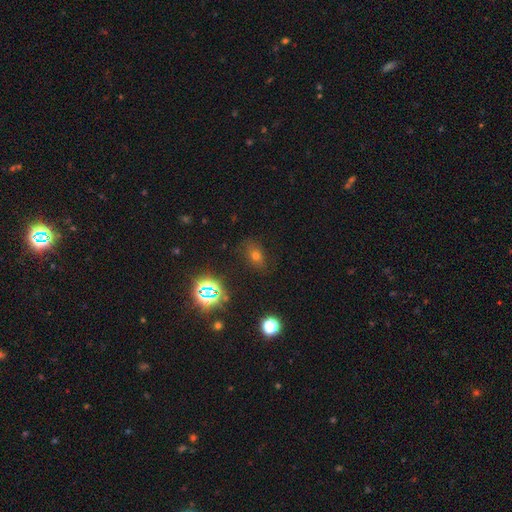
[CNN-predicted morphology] The model was most divided on "smooth or featured": smooth: 59%, star or artifact: 29%, featured or disk: 12%. More confident: merging — none (79%); how rounded — in between (70%).